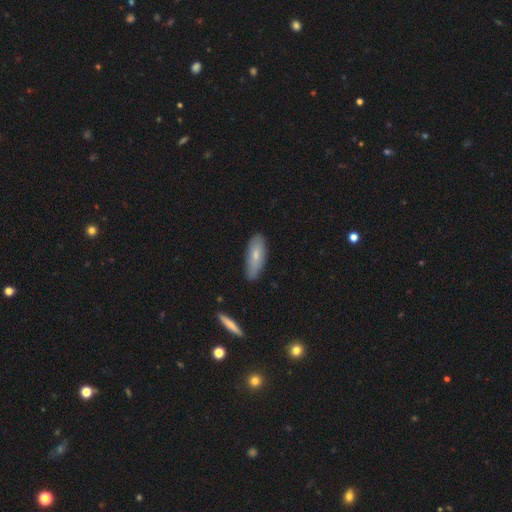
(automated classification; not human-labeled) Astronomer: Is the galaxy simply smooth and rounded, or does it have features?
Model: smooth — 69%.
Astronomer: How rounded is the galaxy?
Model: in between — 62%.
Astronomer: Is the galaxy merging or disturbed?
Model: none — 78%.